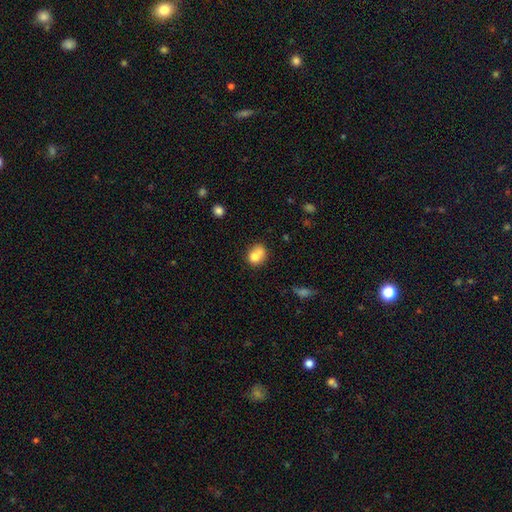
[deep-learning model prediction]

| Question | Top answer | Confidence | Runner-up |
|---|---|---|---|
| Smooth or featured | smooth | 73% | featured or disk (17%) |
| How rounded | round | 55% | in between (44%) |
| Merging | merger | 43% | none (35%) |